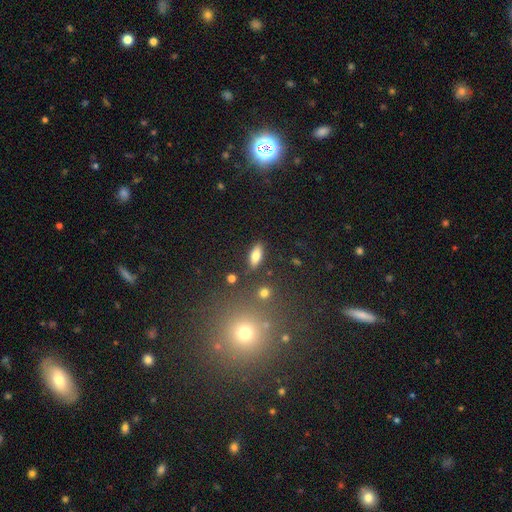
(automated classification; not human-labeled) A smooth galaxy with no disk features (76%) that is in between round and cigar-shaped (77%). Merging: none (83%).